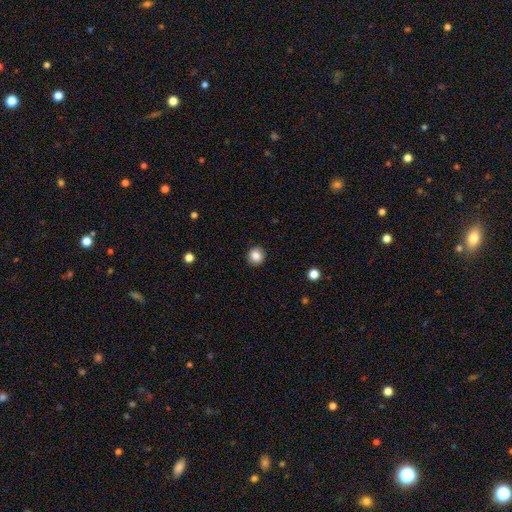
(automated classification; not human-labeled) A smooth galaxy with no disk features (85%) that is round (91%).

Vote fractions:
- Smooth or featured? smooth: 85% / star or artifact: 10% / featured or disk: 5%
- How rounded? round: 91% / in between: 8% / cigar-shaped: 1%
- Merging? none: 91% / minor disturbance: 6% / major disturbance: 2% / merger: 1%